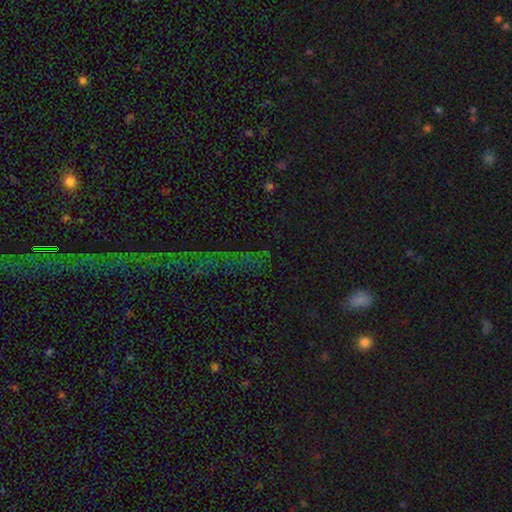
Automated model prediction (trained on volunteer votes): This is likely a star or artifact rather than a galaxy (73%).